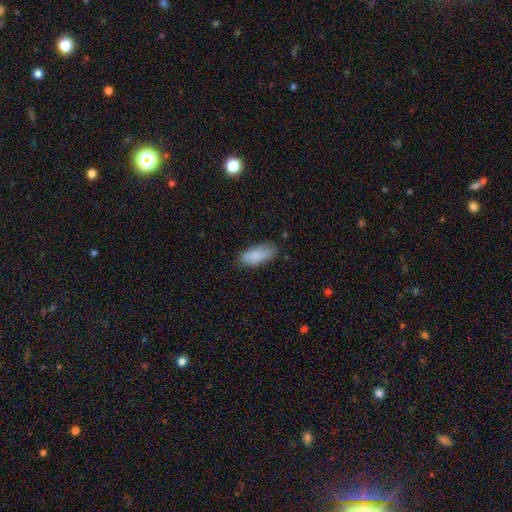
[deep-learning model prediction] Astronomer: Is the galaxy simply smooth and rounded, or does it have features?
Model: smooth — 86%.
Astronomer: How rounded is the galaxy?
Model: in between — 83%.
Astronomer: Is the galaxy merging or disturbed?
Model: none — 73%.